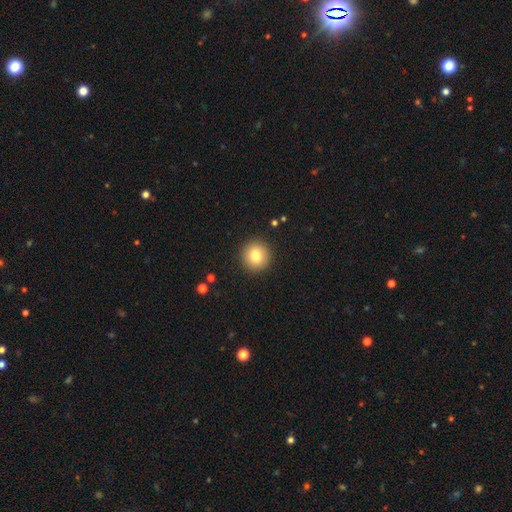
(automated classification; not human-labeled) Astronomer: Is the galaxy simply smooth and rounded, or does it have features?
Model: smooth — 81%.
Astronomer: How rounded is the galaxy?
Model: round — 93%.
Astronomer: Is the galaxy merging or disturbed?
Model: none — 92%.